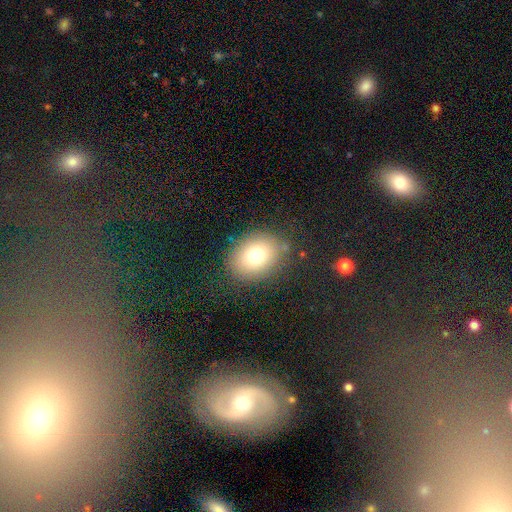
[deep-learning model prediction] Overall: smooth (75%). How rounded: in between (55%; round 44%). Merging: none (83%).